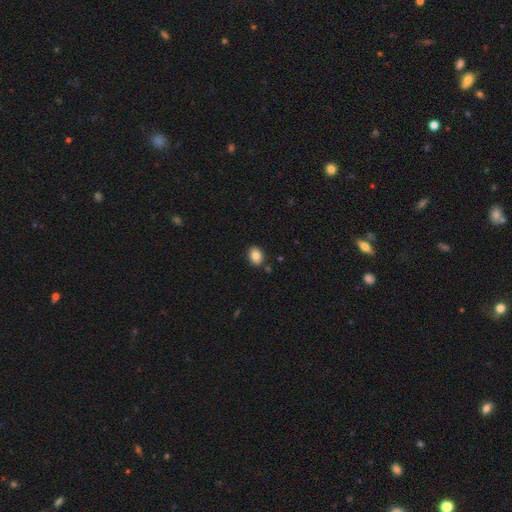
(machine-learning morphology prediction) Smooth or featured? Predicted: smooth (p=0.86). How rounded? Predicted: in between (p=0.67). Merging? Predicted: none (p=0.86).